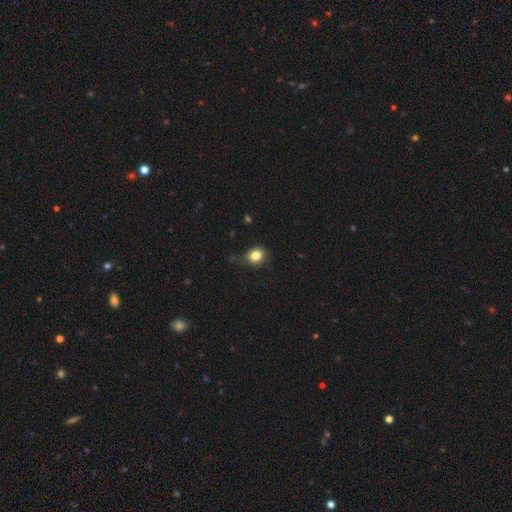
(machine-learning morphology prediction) Smooth or featured? Predicted: smooth (p=0.82). How rounded? Predicted: round (p=0.70). Merging? Predicted: none (p=0.71).